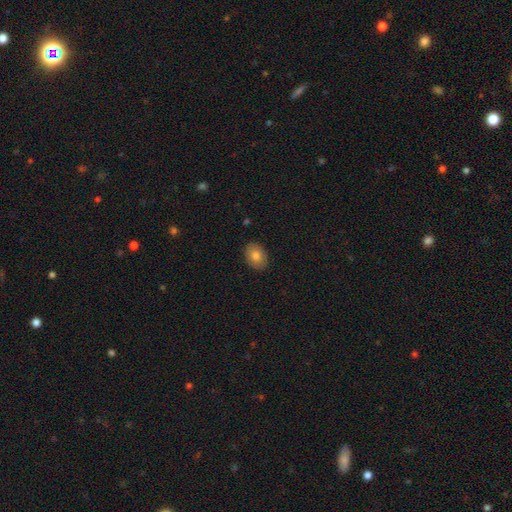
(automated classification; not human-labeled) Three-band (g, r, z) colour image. It shows a smooth galaxy with no disk features (80%) that is in between round and cigar-shaped (74%). Merging: none (88%).